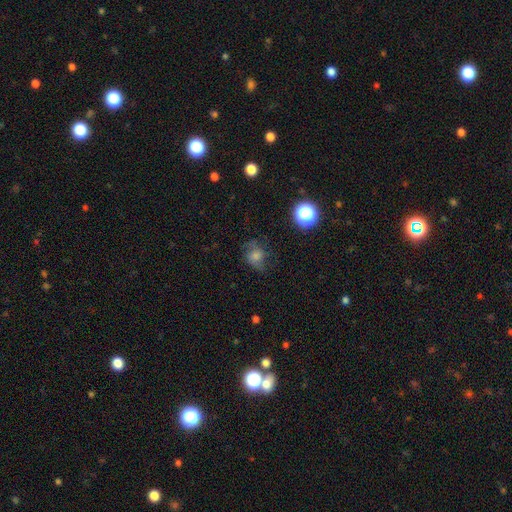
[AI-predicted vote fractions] Smooth or featured?
  - smooth: 63% *
  - featured or disk: 21%
  - star or artifact: 17%
How rounded?
  - round: 63% *
  - in between: 35%
  - cigar-shaped: 1%
Merging?
  - none: 56% *
  - minor disturbance: 25%
  - major disturbance: 17%
  - merger: 2%